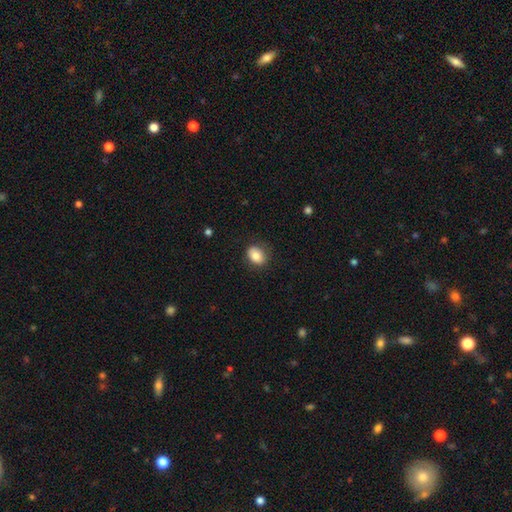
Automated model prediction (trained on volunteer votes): Smooth or featured?
  - smooth: 82% *
  - featured or disk: 10%
  - star or artifact: 8%
How rounded?
  - in between: 62% *
  - round: 37%
  - cigar-shaped: 1%
Merging?
  - none: 81% *
  - minor disturbance: 14%
  - major disturbance: 4%
  - merger: 1%